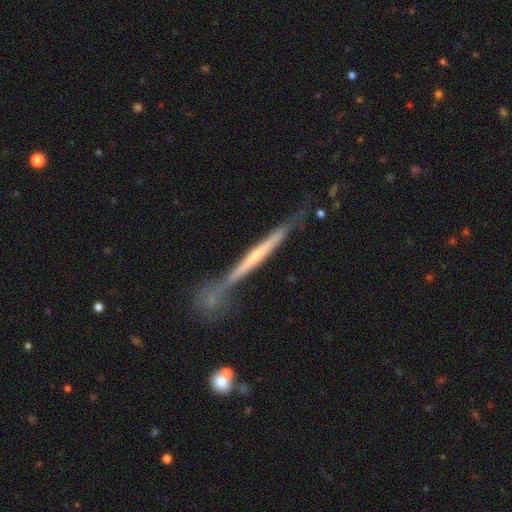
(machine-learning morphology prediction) The model was most divided on "edge-on bulge": none: 58%, rounded: 34%, boxy: 8%. More confident: edge-on disk — yes (95%); smooth or featured — featured or disk (68%); merging — none (61%).